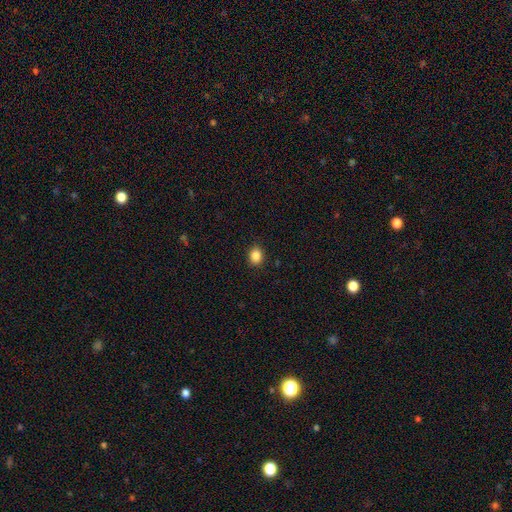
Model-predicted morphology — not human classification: This is clearly a smooth galaxy (86%). How rounded: possibly round (52%). Merging: clearly none (90%).